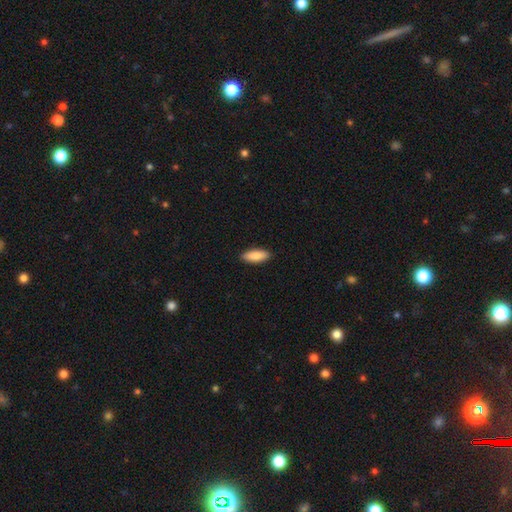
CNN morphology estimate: smooth_or_featured: smooth (p=0.87) [alt: featured or disk p=0.07]
how_rounded: in between (p=0.70) [alt: cigar-shaped p=0.28]
merging: none (p=0.90) [alt: minor disturbance p=0.08]